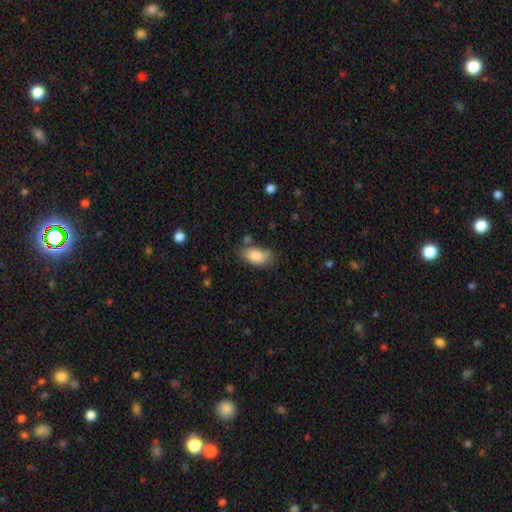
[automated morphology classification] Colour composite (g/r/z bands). It shows a smooth galaxy with no disk features (84%) that is in between round and cigar-shaped (91%). Merging: none (66%).